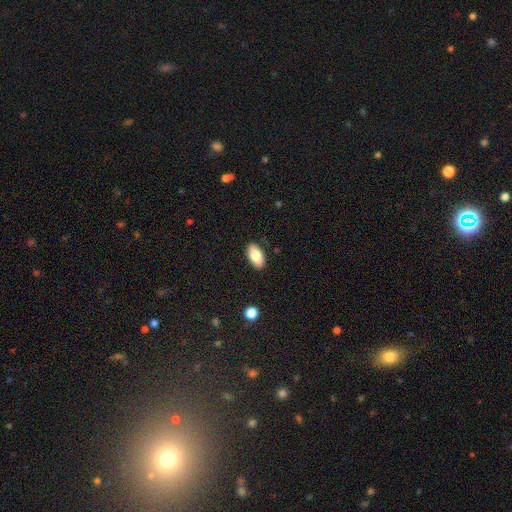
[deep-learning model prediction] The model was most divided on "smooth or featured": smooth: 81%, featured or disk: 12%, star or artifact: 7%. More confident: how rounded — in between (94%); merging — none (87%).